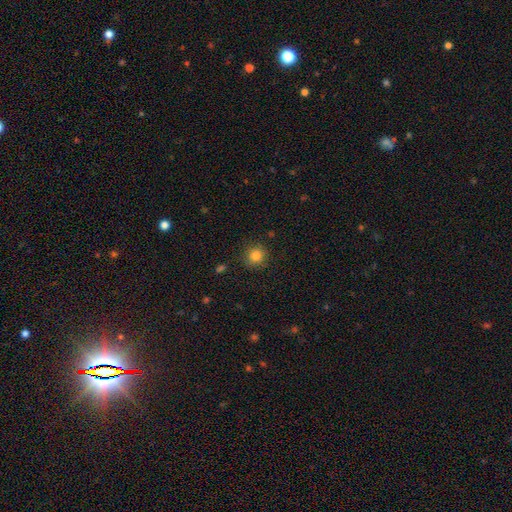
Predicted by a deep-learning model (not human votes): smooth-or-featured: smooth: 83% | star or artifact: 12% | featured or disk: 5%
  how-rounded: round: 91% | in between: 8% | cigar-shaped: 1%
  merging: none: 86% | minor disturbance: 10% | major disturbance: 3% | merger: 1%